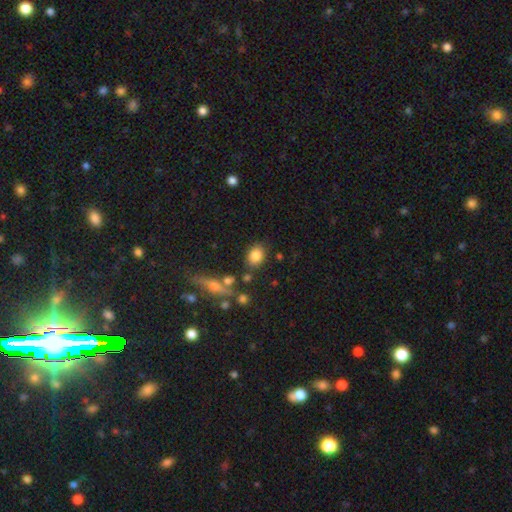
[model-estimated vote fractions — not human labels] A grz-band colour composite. It shows a smooth galaxy with no disk features (81%) that is in between round and cigar-shaped (59%). Merging: none (78%).